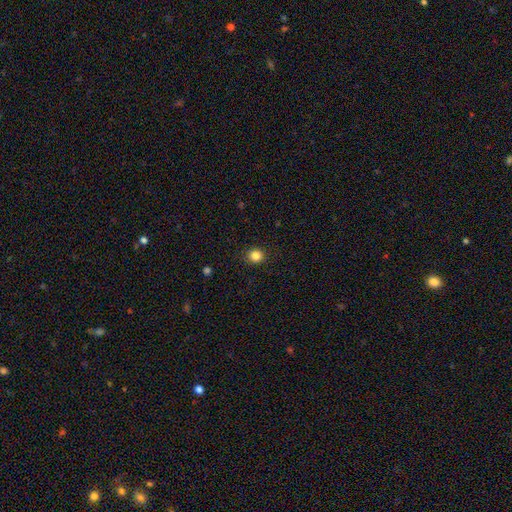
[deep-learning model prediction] smooth_or_featured: smooth (p=0.84) [alt: star or artifact p=0.12]
how_rounded: round (p=0.87) [alt: in between p=0.12]
merging: none (p=0.91) [alt: minor disturbance p=0.06]